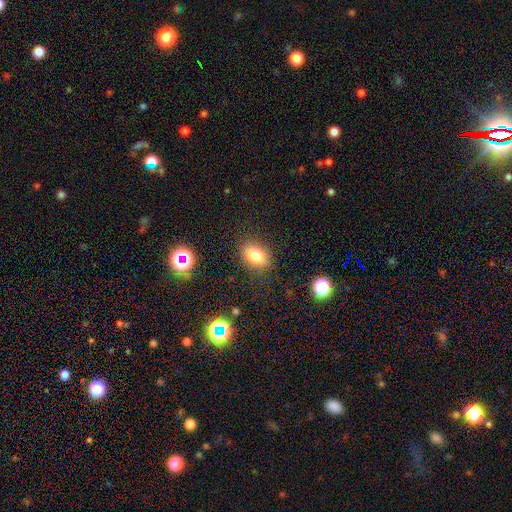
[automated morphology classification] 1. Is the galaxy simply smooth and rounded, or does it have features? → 78% smooth, 12% star or artifact, 10% featured or disk.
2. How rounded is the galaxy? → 72% in between, 26% round, 2% cigar-shaped.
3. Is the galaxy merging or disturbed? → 85% none, 11% minor disturbance, 3% major disturbance, 2% merger.